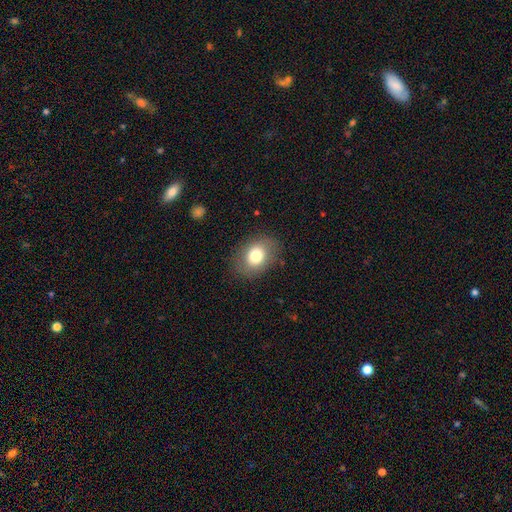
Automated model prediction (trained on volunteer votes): Smooth or featured? smooth (75%)
How rounded? in between (66%)
Merging? none (83%)